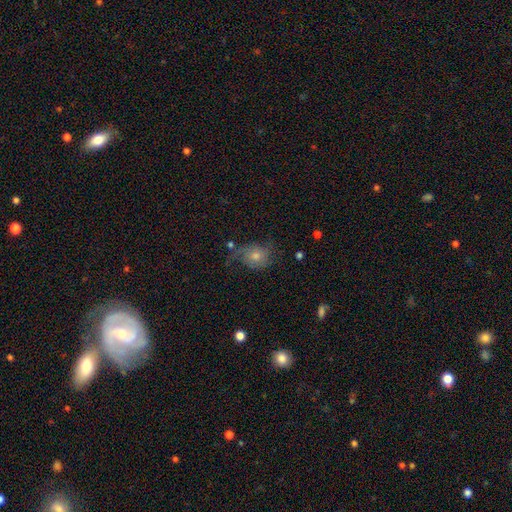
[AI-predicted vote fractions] Overall: featured or disk (44%; smooth 40%). Merging: none (57%; minor disturbance 24%).